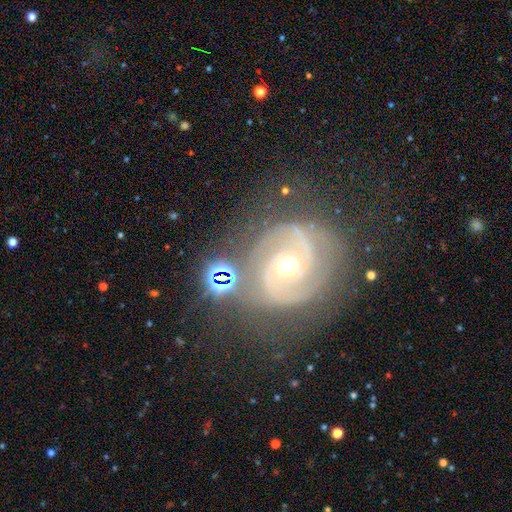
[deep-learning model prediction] A featured or disk galaxy (86%) with no bar (52%), 2 (79%) tight (61%) spiral arms (94%) and a moderate central bulge (52%). Merging: none (65%).